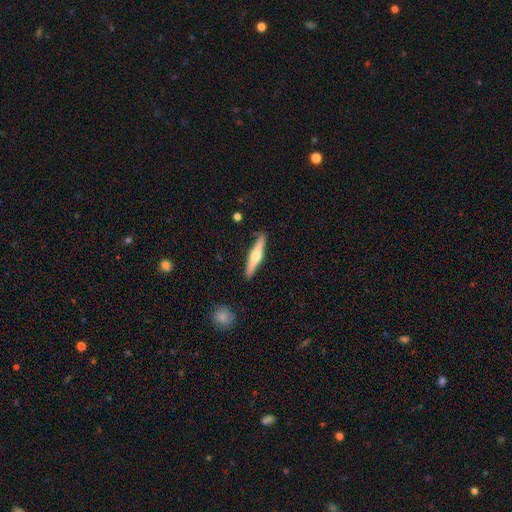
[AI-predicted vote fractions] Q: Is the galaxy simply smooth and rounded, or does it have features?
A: featured or disk — 57%.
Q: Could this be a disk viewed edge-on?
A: yes — 96%.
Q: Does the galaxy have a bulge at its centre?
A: rounded — 90%.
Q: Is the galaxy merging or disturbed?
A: none — 87%.